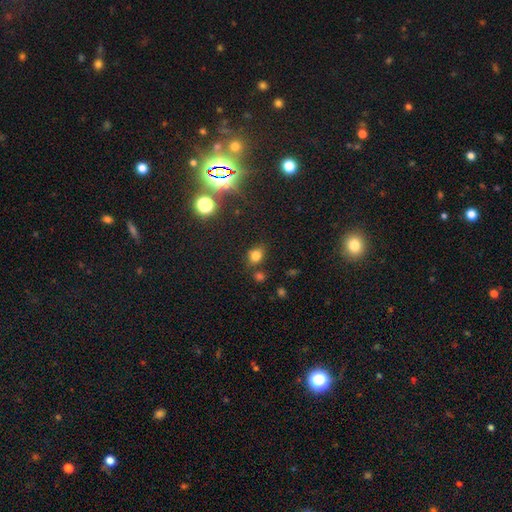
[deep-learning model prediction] smooth 76%, star or artifact 17%, featured or disk 7%. Down the decision tree: how rounded — round (53%); merging — none (73%).